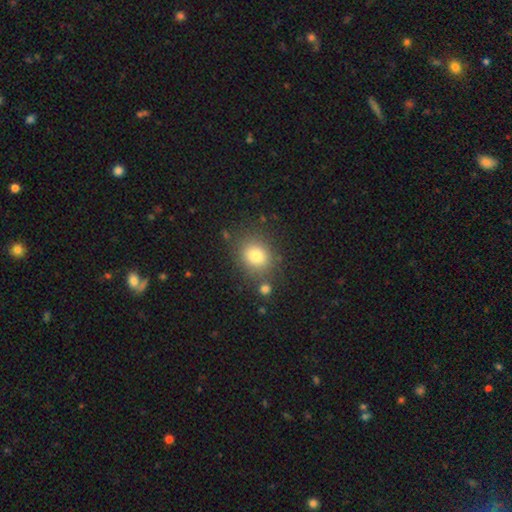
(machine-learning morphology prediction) smooth-or-featured: smooth: 80% | star or artifact: 11% | featured or disk: 9%
  how-rounded: round: 67% | in between: 32% | cigar-shaped: 1%
  merging: none: 77% | minor disturbance: 12% | merger: 7% | major disturbance: 4%